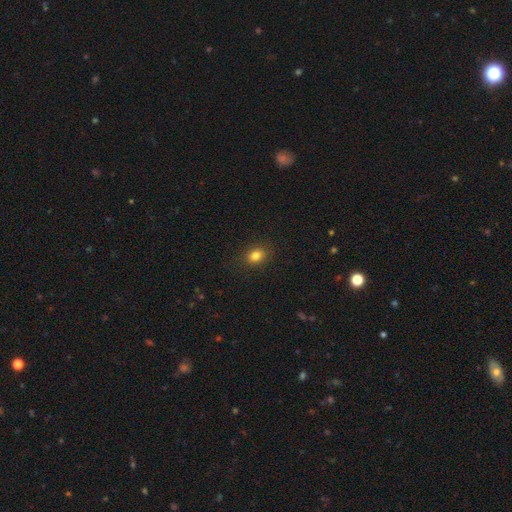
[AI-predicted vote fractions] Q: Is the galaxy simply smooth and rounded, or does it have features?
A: smooth — 82%.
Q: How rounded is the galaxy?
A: round — 53%.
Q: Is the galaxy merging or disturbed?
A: none — 88%.